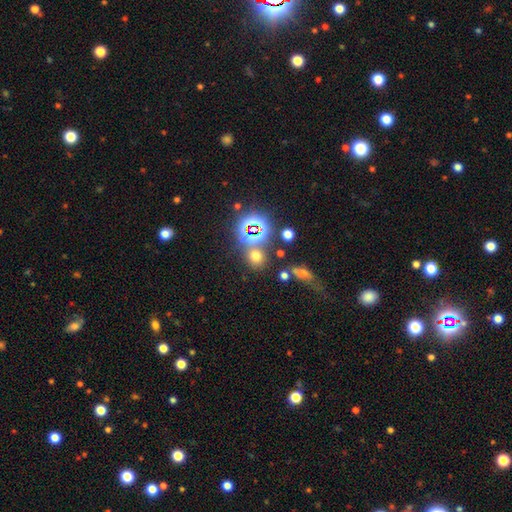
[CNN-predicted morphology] Smooth or featured: smooth — 57% (star or artifact — 34%)
How rounded: round — 78% (in between — 21%)
Merging: none — 70% (merger — 15%)